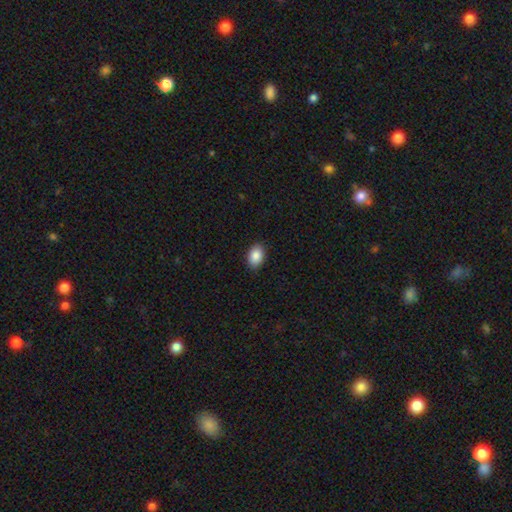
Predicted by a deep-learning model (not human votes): Smooth or featured? Predicted: smooth (p=0.87). How rounded? Predicted: in between (p=0.86). Merging? Predicted: none (p=0.90).